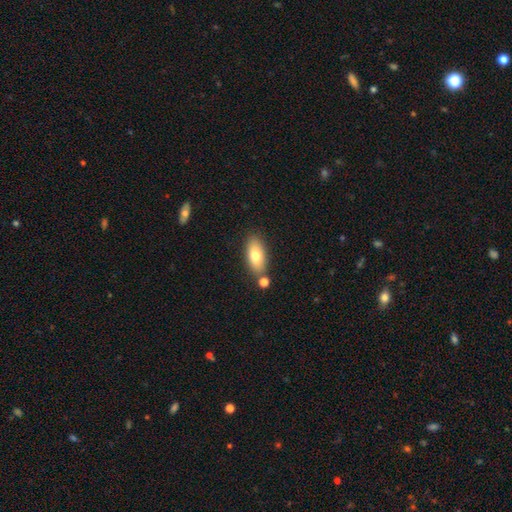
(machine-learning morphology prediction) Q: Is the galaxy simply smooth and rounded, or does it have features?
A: smooth — 78%.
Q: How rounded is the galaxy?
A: in between — 85%.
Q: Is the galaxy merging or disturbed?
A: none — 74%.